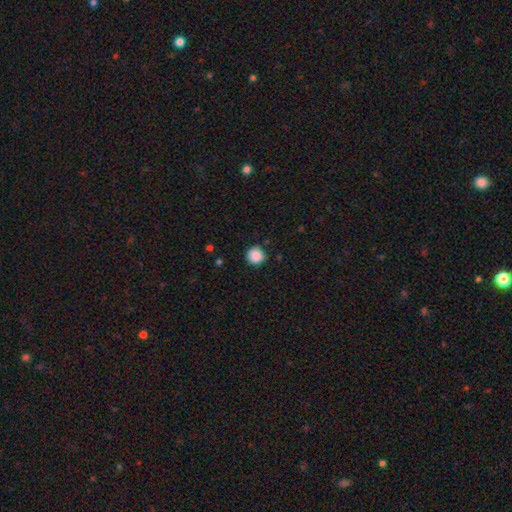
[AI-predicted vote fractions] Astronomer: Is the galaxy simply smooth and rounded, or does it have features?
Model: smooth — 88%.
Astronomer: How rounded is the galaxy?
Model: round — 94%.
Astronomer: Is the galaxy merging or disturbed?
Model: none — 87%.